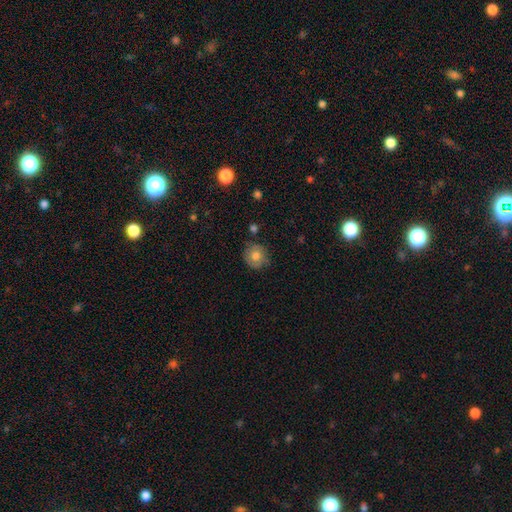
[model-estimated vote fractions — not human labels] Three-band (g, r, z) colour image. It shows a smooth galaxy with no disk features (74%) that is round (86%). Merging: none (77%).